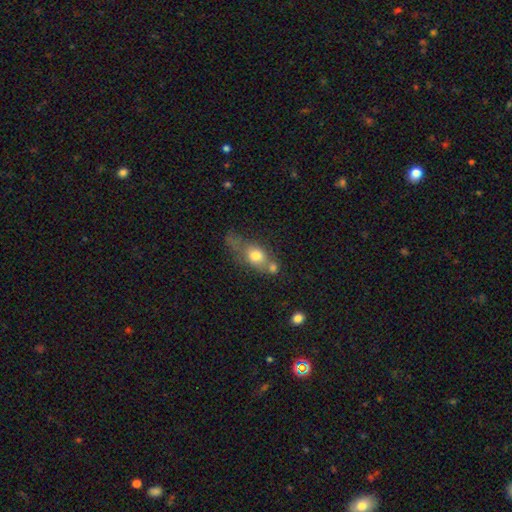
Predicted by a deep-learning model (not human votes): This appears to be a smooth galaxy with no disk features (67%) that is in between round and cigar-shaped (58%). Merging: merger (34%).